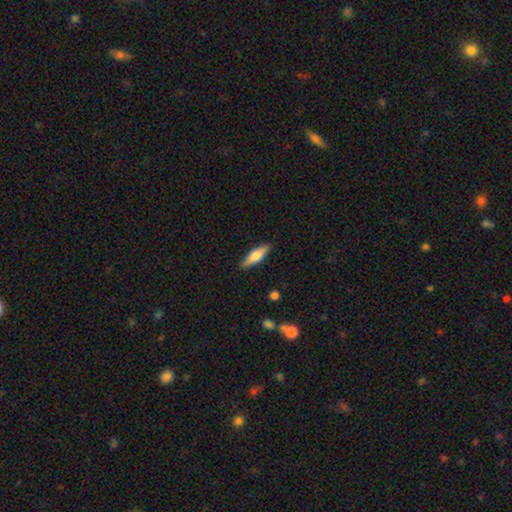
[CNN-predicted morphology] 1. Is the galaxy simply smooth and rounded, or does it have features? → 61% smooth, 34% featured or disk, 6% star or artifact.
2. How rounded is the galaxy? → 61% cigar-shaped, 37% in between, 2% round.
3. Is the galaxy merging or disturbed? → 89% none, 8% minor disturbance, 2% major disturbance, 1% merger.